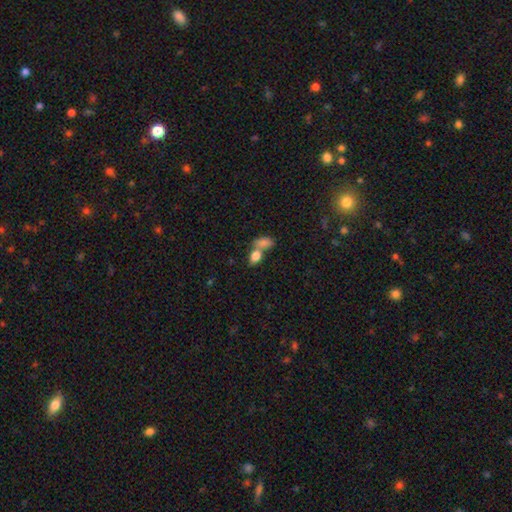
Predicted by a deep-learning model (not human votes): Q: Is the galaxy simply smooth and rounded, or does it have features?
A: smooth — 82%.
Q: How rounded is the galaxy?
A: in between — 83%.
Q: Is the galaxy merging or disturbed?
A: merger — 56%.